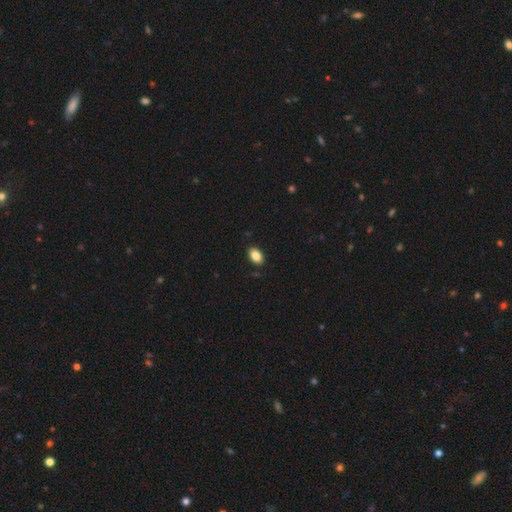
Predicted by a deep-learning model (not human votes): smooth-or-featured: smooth: 86% | star or artifact: 8% | featured or disk: 6%
  how-rounded: in between: 89% | round: 9% | cigar-shaped: 1%
  merging: none: 88% | minor disturbance: 9% | major disturbance: 2% | merger: 1%